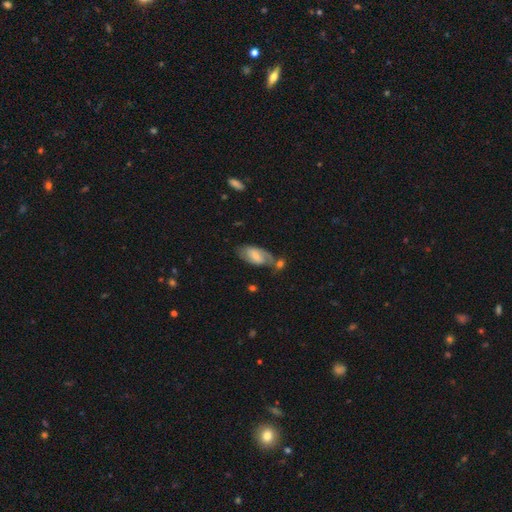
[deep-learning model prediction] Overall: featured or disk (49%; smooth 44%). Merging: none (50%; minor disturbance 21%).